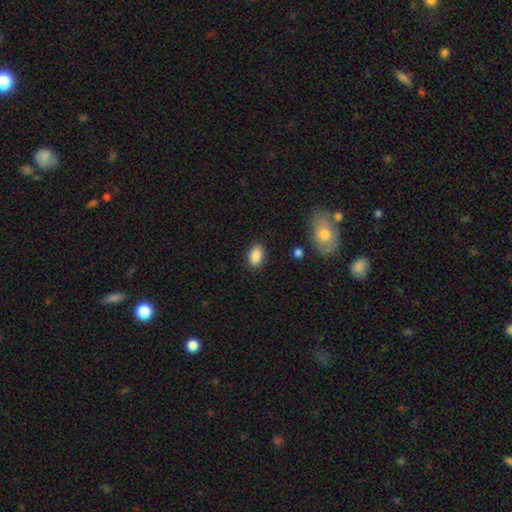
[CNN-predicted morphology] Smooth or featured? Predicted: smooth (p=0.88). How rounded? Predicted: in between (p=0.90). Merging? Predicted: none (p=0.86).